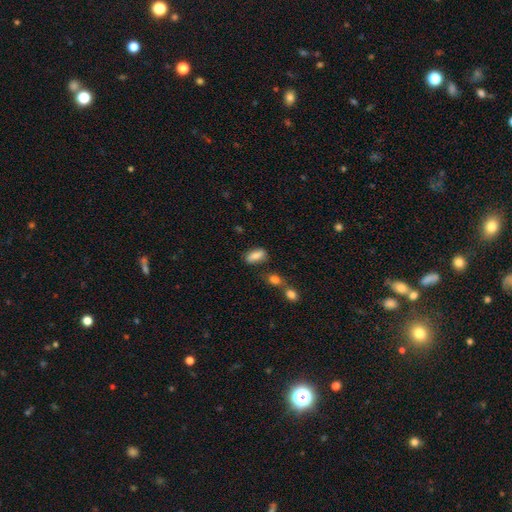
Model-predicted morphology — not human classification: The model was most divided on "merging": none: 72%, minor disturbance: 16%, merger: 7%, major disturbance: 4%. More confident: how rounded — in between (87%); smooth or featured — smooth (82%).